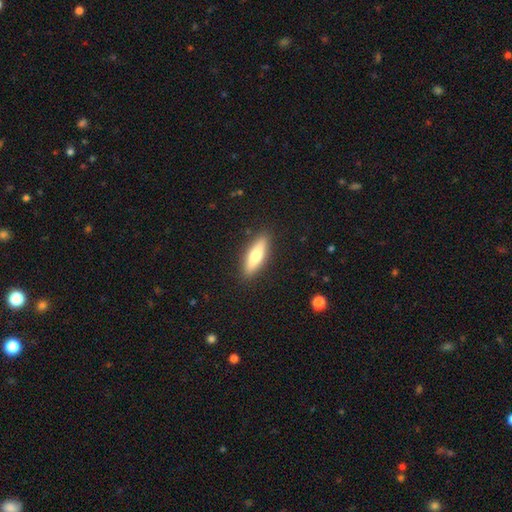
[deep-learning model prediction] Smooth or featured? smooth (69%)
How rounded? cigar-shaped (60%)
Merging? none (89%)